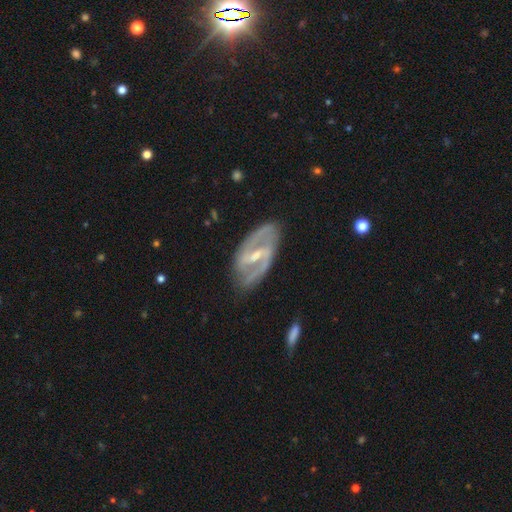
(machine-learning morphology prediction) type=featured or disk (89%); edge-on=no (95%); bar=strong (53%); spiral arms=yes (95%); winding=medium (52%); arm count=2 (90%); bulge=small (57%); merging=none (78%).